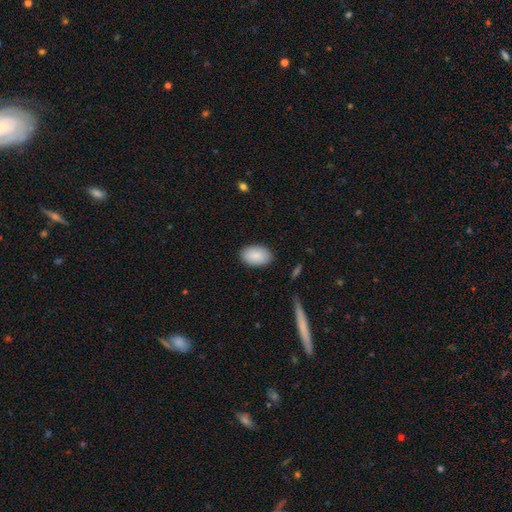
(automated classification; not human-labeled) Smooth or featured? Predicted: smooth (p=0.89). How rounded? Predicted: in between (p=0.91). Merging? Predicted: none (p=0.88).